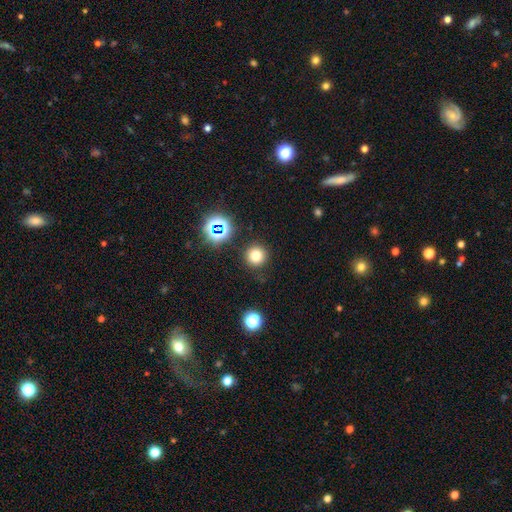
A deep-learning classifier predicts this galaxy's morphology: smooth_or_featured: smooth (p=0.74) [alt: star or artifact p=0.19]
how_rounded: round (p=0.94) [alt: in between p=0.05]
merging: none (p=0.89) [alt: minor disturbance p=0.07]